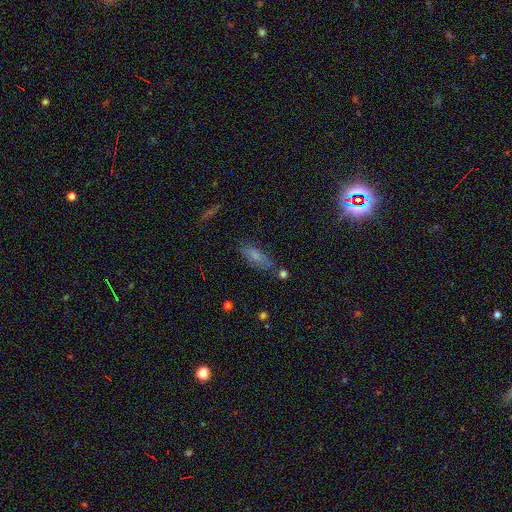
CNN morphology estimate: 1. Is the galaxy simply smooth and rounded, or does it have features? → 69% smooth, 16% featured or disk, 16% star or artifact.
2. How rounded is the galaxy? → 62% in between, 34% cigar-shaped, 3% round.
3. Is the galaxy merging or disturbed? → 73% none, 17% minor disturbance, 5% merger, 5% major disturbance.